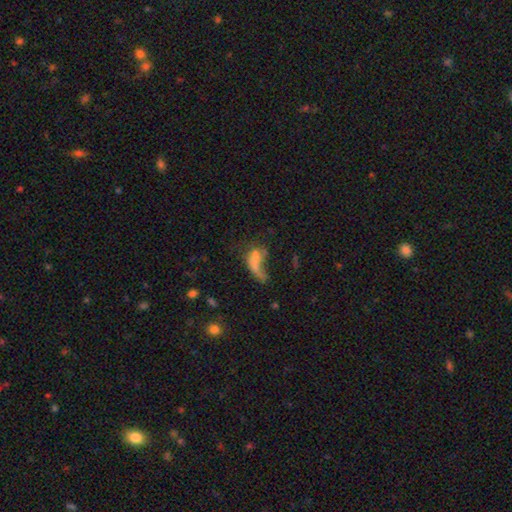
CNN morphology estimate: type=smooth (49%); merging=major disturbance (42%).